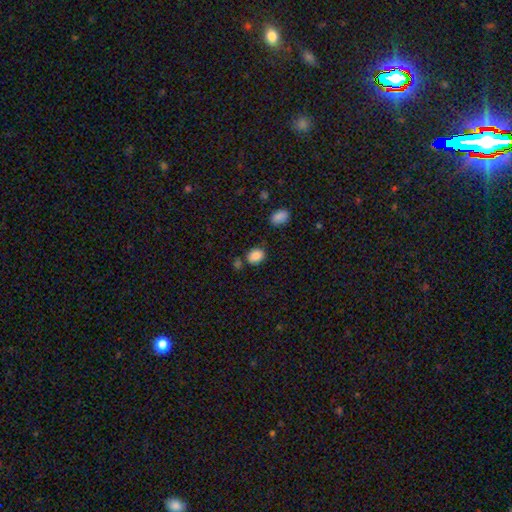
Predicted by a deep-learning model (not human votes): smooth_or_featured: smooth (p=0.87) [alt: star or artifact p=0.09]
how_rounded: in between (p=0.59) [alt: round p=0.40]
merging: none (p=0.71) [alt: minor disturbance p=0.15]